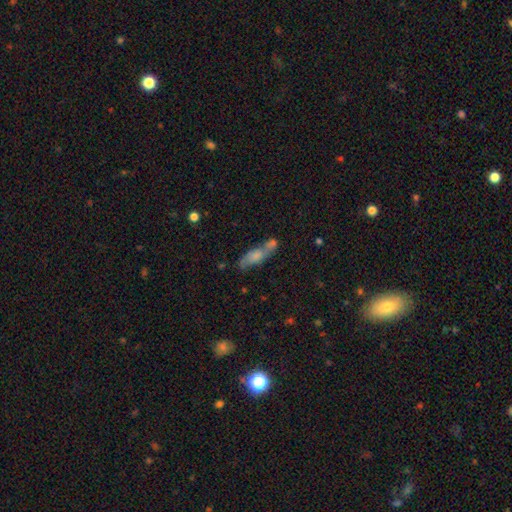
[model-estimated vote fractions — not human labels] Smooth or featured?
  - smooth: 56% *
  - featured or disk: 36%
  - star or artifact: 8%
How rounded?
  - cigar-shaped: 51% *
  - in between: 45%
  - round: 4%
Merging?
  - none: 47% *
  - merger: 26%
  - minor disturbance: 19%
  - major disturbance: 7%